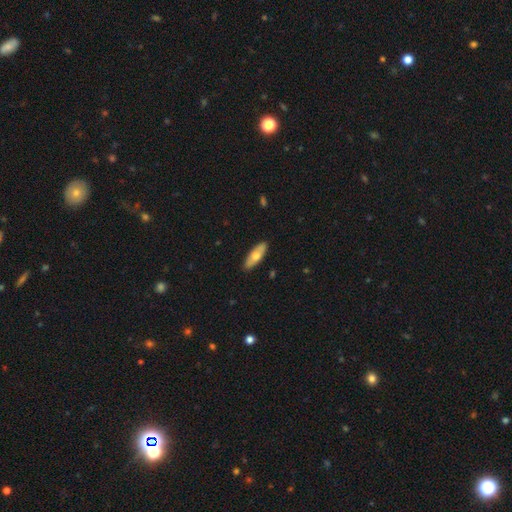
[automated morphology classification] A smooth galaxy with no disk features (61%) that is in between round and cigar-shaped (61%).

Vote fractions:
- Smooth or featured? smooth: 61% / featured or disk: 34% / star or artifact: 5%
- How rounded? in between: 61% / cigar-shaped: 37% / round: 2%
- Merging? none: 89% / minor disturbance: 9% / major disturbance: 2% / merger: 1%